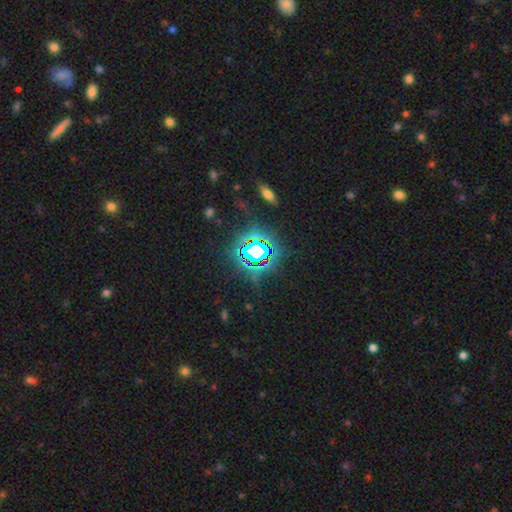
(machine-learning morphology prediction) Smooth or featured: star or artifact — 80% (smooth — 12%)